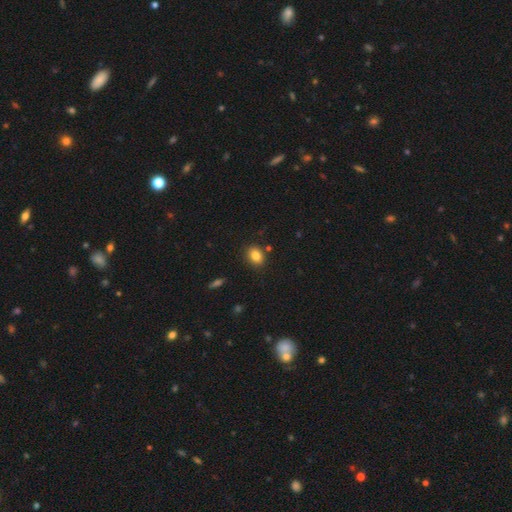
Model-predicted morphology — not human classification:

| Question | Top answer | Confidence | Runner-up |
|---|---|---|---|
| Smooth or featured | smooth | 83% | star or artifact (10%) |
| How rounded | in between | 62% | round (37%) |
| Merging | none | 85% | minor disturbance (10%) |